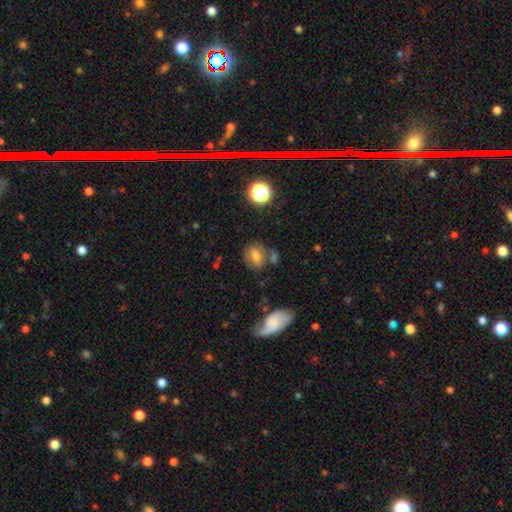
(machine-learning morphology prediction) Overall: smooth (71%). How rounded: round (57%; in between 42%). Merging: none (66%).